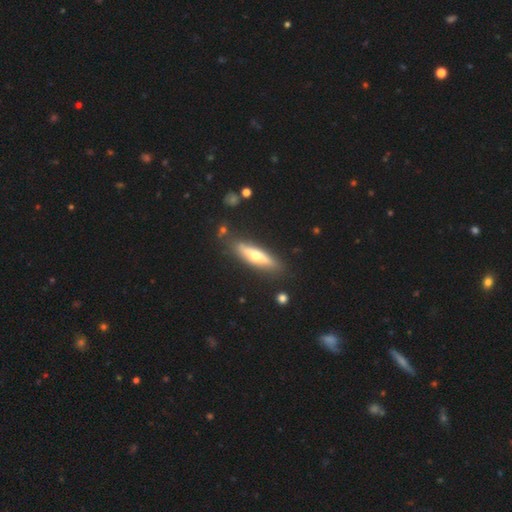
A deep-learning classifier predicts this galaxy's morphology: This appears to be a featured or disk galaxy (51%) viewed edge-on (80%). Merging: none (83%).